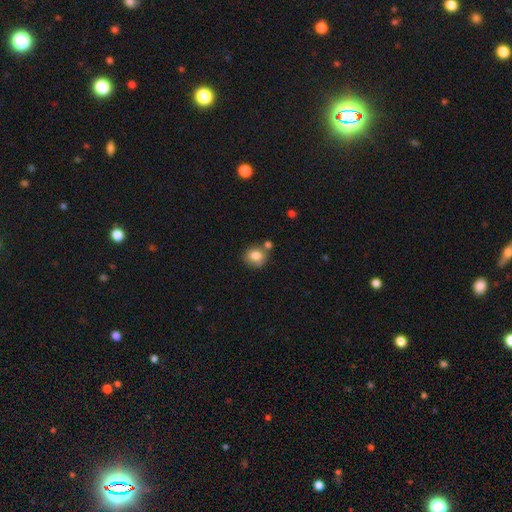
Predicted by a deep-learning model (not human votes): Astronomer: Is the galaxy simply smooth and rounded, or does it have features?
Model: smooth — 81%.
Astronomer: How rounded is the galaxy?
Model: round — 76%.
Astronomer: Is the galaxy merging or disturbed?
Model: none — 62%.